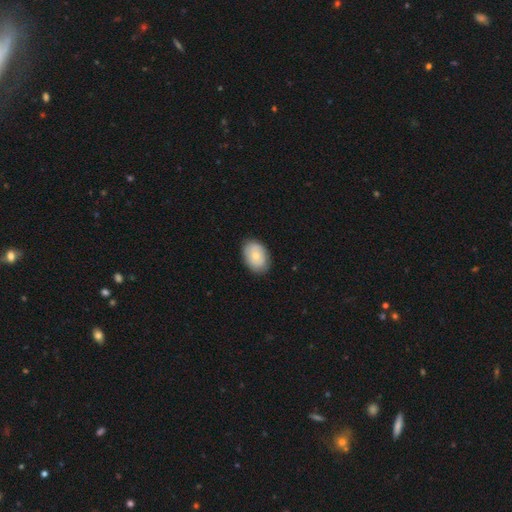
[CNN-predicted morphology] type=smooth (72%); roundness=in between (81%); merging=none (84%).